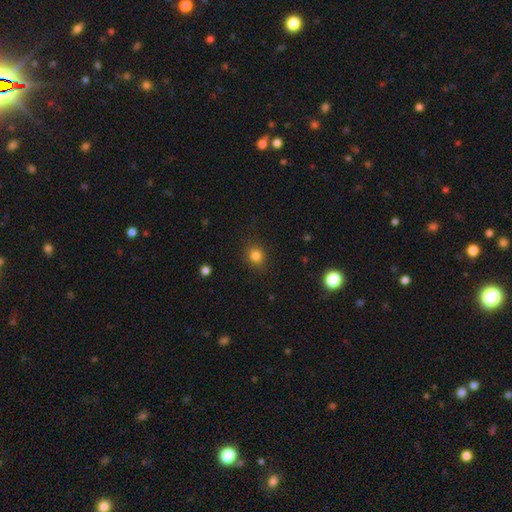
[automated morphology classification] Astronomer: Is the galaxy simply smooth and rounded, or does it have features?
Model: smooth — 83%.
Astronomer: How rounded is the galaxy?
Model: round — 76%.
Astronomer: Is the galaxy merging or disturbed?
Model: none — 86%.